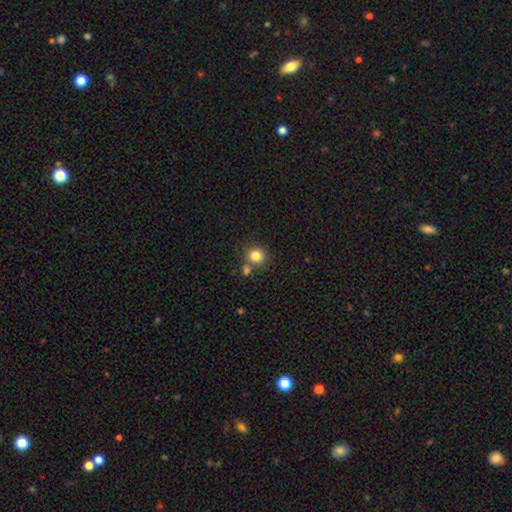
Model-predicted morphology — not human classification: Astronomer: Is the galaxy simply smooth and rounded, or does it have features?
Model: smooth — 83%.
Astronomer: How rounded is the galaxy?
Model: round — 89%.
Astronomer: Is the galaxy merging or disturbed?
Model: none — 70%.